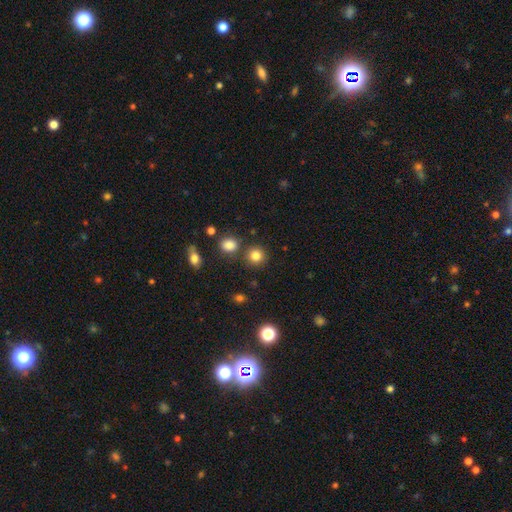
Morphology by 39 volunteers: A smooth galaxy with no disk features (92%) that is round (92%). Merging: none (89%).